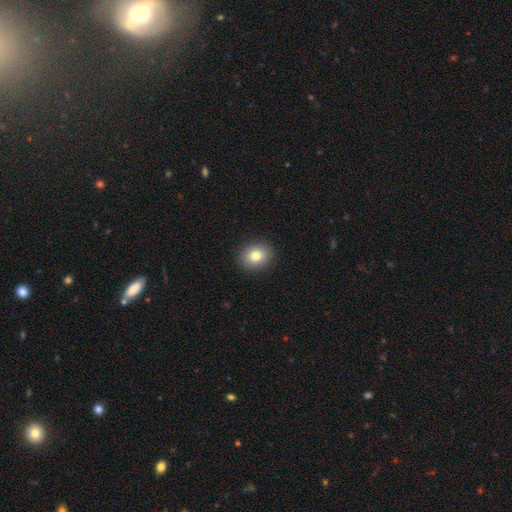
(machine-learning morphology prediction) Smooth or featured?
  - smooth: 83% *
  - star or artifact: 10%
  - featured or disk: 8%
How rounded?
  - round: 63% *
  - in between: 36%
  - cigar-shaped: 1%
Merging?
  - none: 91% *
  - minor disturbance: 6%
  - major disturbance: 2%
  - merger: 1%